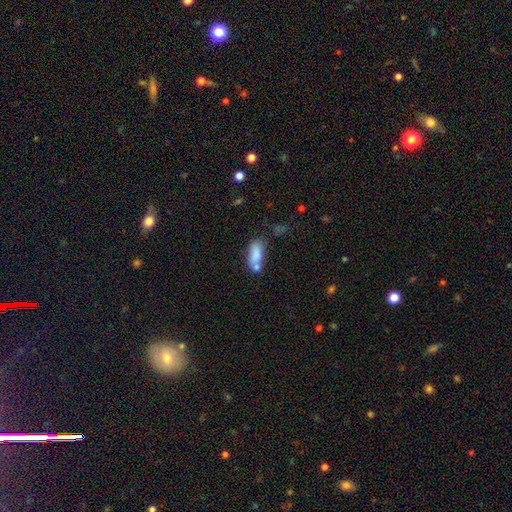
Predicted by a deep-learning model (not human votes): A smooth galaxy with no disk features (80%) that is in between round and cigar-shaped (79%). Merging: none (42%).